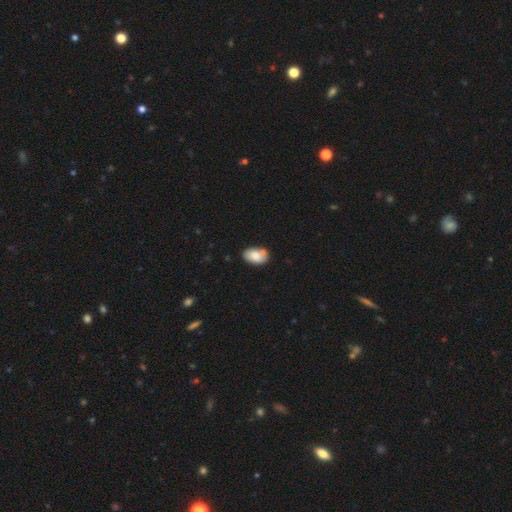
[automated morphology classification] This appears to be a smooth galaxy with no disk features (82%) that is in between round and cigar-shaped (90%). Merging: none (65%).